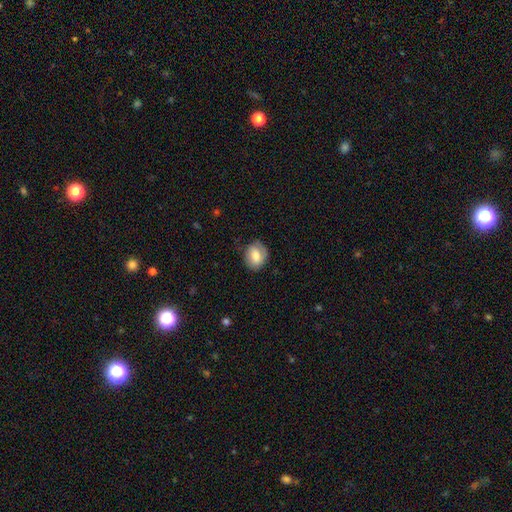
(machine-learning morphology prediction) Smooth or featured?
  - smooth: 66% *
  - featured or disk: 27%
  - star or artifact: 7%
How rounded?
  - round: 50% *
  - in between: 49%
  - cigar-shaped: 1%
Merging?
  - none: 72% *
  - minor disturbance: 20%
  - major disturbance: 6%
  - merger: 1%